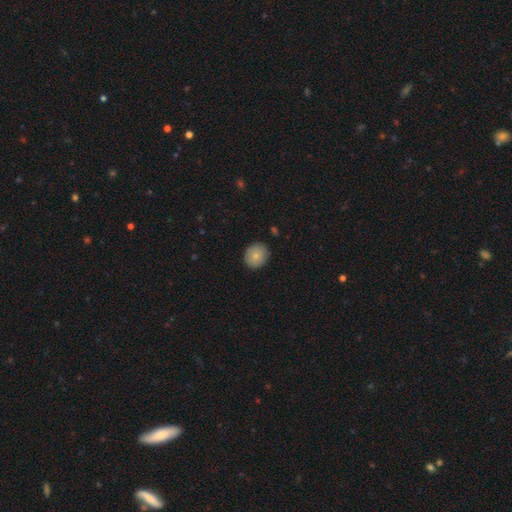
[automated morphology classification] Q: Smooth or featured?
A: smooth (81%); runner-up: featured or disk (11%)
Q: How rounded?
A: round (72%); runner-up: in between (27%)
Q: Merging?
A: none (87%); runner-up: minor disturbance (10%)